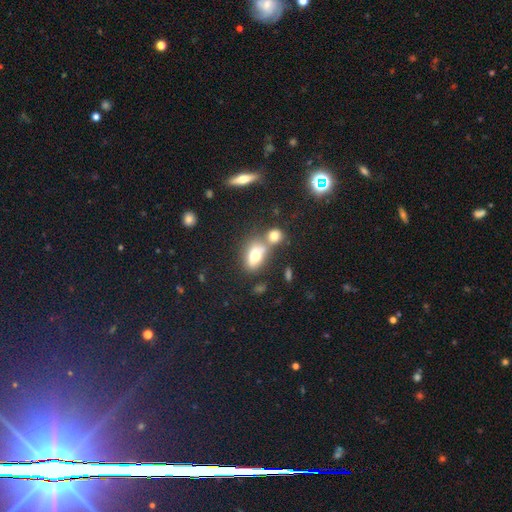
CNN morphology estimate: Q: Smooth or featured?
A: smooth (69%); runner-up: featured or disk (19%)
Q: How rounded?
A: in between (77%); runner-up: round (18%)
Q: Merging?
A: none (44%); runner-up: merger (39%)